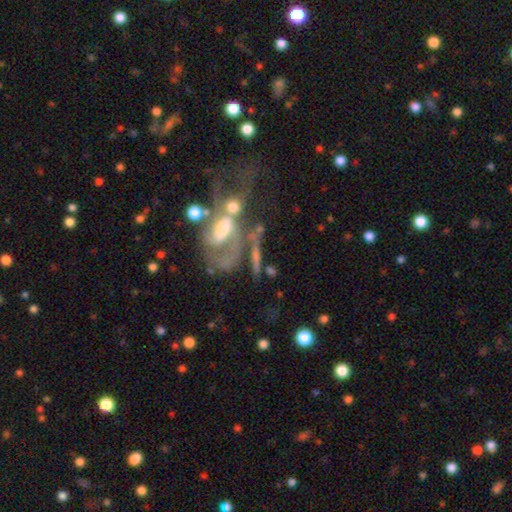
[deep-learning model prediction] A featured or disk galaxy (66%) with no bar (49%), spiral arms (62%) and a moderate central bulge (47%). Merging: merger (37%).